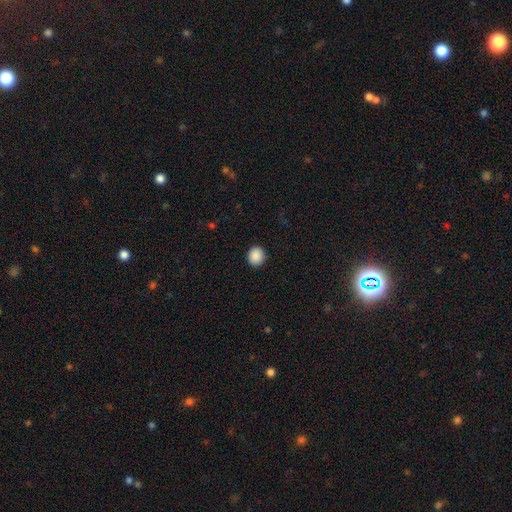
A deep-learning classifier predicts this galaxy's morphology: Smooth or featured? smooth (90%)
How rounded? round (85%)
Merging? none (92%)